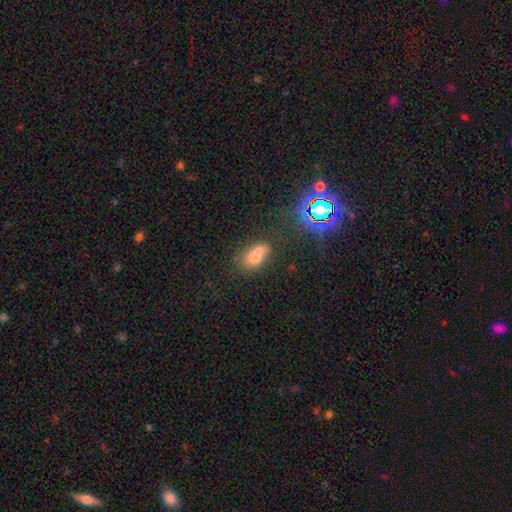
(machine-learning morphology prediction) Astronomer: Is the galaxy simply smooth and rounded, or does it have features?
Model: smooth — 64%.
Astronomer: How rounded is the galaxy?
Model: in between — 77%.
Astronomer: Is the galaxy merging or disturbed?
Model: none — 41% (runner-up: merger, 34%).